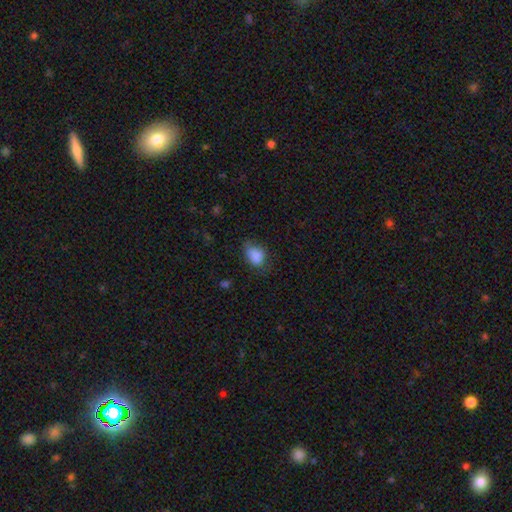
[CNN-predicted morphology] Smooth or featured: smooth — 84% (star or artifact — 9%)
How rounded: in between — 73% (round — 26%)
Merging: none — 49% (minor disturbance — 36%)